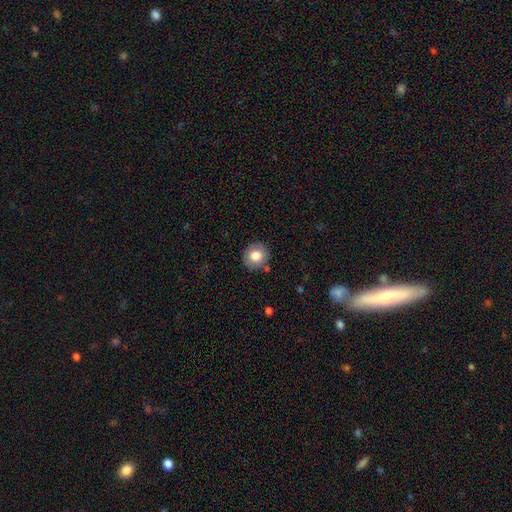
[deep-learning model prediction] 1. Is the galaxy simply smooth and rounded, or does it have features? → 79% smooth, 12% featured or disk, 9% star or artifact.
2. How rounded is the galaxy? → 88% round, 11% in between, 1% cigar-shaped.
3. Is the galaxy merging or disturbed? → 86% none, 9% minor disturbance, 2% merger, 2% major disturbance.